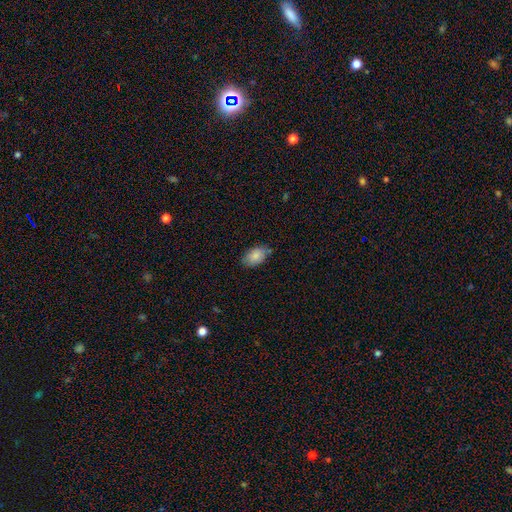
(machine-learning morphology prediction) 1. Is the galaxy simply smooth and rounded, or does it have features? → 83% smooth, 10% featured or disk, 7% star or artifact.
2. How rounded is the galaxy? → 92% in between, 7% round, 2% cigar-shaped.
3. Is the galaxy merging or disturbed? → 73% none, 21% minor disturbance, 4% major disturbance, 2% merger.